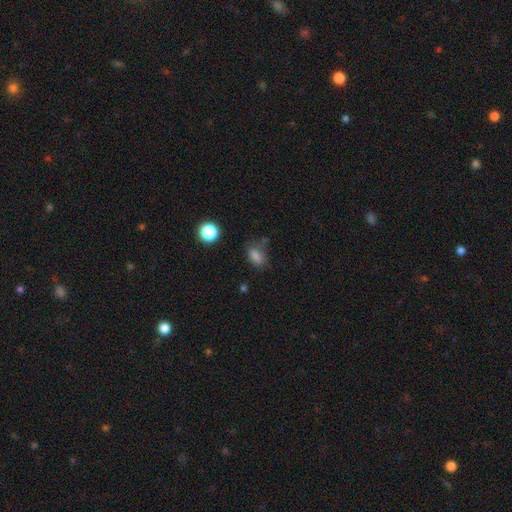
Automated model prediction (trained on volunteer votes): The model was most divided on "merging": none: 59%, minor disturbance: 25%, major disturbance: 10%, merger: 6%. More confident: how rounded — in between (80%); smooth or featured — smooth (78%).